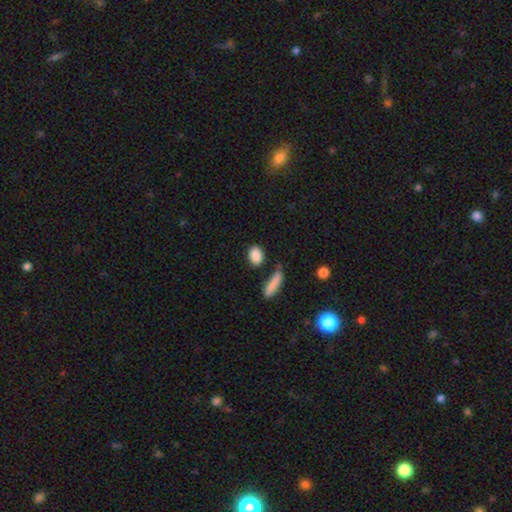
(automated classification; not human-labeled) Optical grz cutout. It shows a smooth galaxy with no disk features (88%) that is in between round and cigar-shaped (74%). Merging: none (75%).